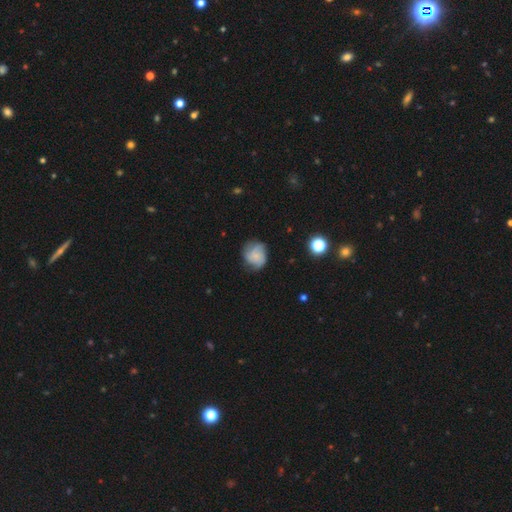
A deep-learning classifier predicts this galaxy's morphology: Smooth or featured? Predicted: smooth (p=0.54). How rounded? Predicted: round (p=0.71). Merging? Predicted: none (p=0.61).